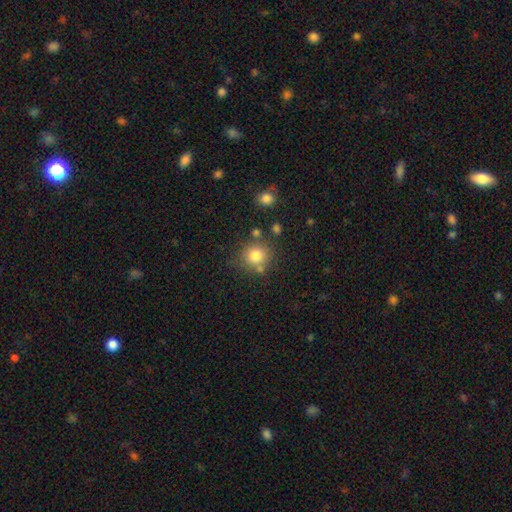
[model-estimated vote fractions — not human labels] A smooth galaxy with no disk features (79%) that is round (89%). Merging: none (73%).